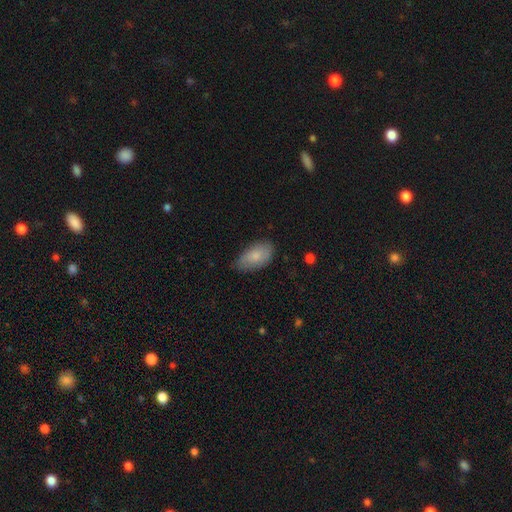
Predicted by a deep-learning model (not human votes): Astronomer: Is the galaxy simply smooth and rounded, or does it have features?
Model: smooth — 80%.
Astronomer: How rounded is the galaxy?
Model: in between — 94%.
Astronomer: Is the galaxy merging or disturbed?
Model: none — 69%.